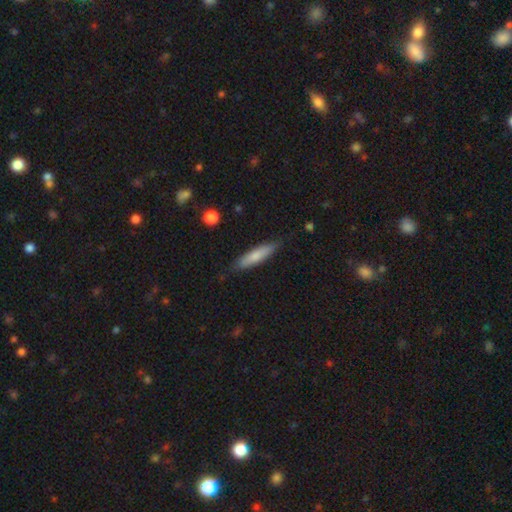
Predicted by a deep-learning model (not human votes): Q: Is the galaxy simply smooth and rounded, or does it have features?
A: smooth — 74%.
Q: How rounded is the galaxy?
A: cigar-shaped — 79%.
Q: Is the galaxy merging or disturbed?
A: none — 83%.